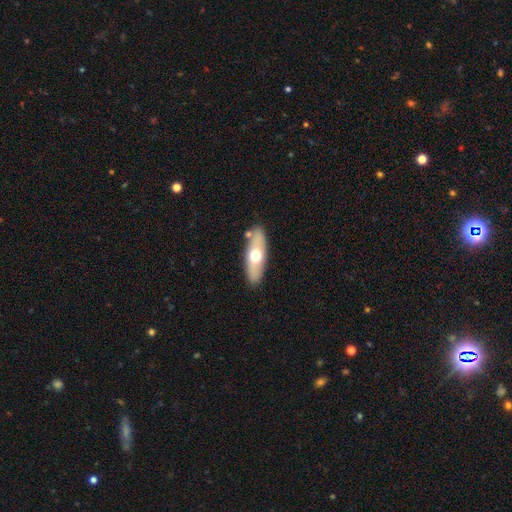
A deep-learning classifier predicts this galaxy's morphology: The model was most divided on "smooth or featured": smooth: 53%, featured or disk: 41%, star or artifact: 6%. More confident: merging — none (83%); how rounded — in between (62%).